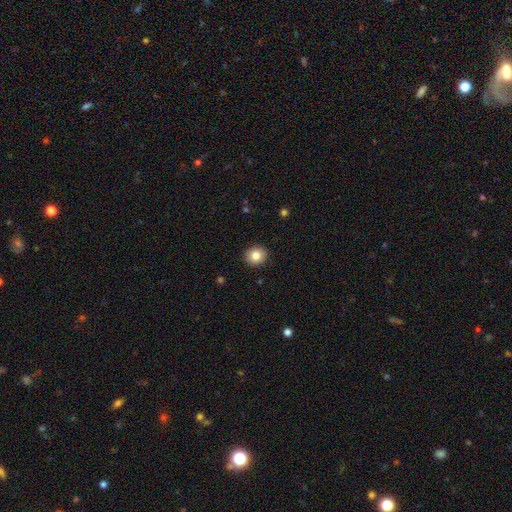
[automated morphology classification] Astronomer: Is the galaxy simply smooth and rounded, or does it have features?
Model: smooth — 83%.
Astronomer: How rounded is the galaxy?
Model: round — 83%.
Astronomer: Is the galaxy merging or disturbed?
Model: none — 92%.